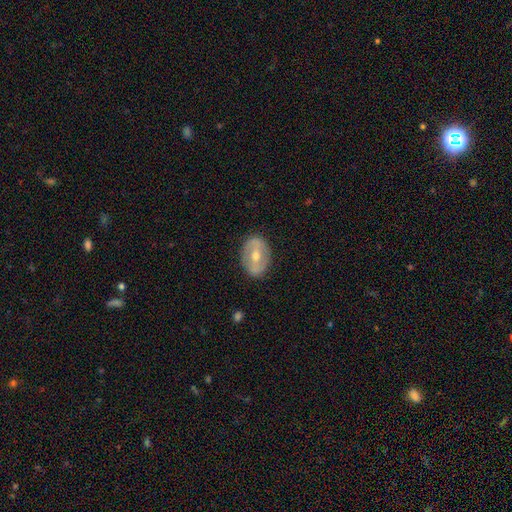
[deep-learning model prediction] featured or disk 63%, smooth 30%, star or artifact 7%. Down the decision tree: edge-on disk — no (92%); bar — weak (37%); spiral arms — no (65%); bulge size — moderate (70%); merging — none (85%).